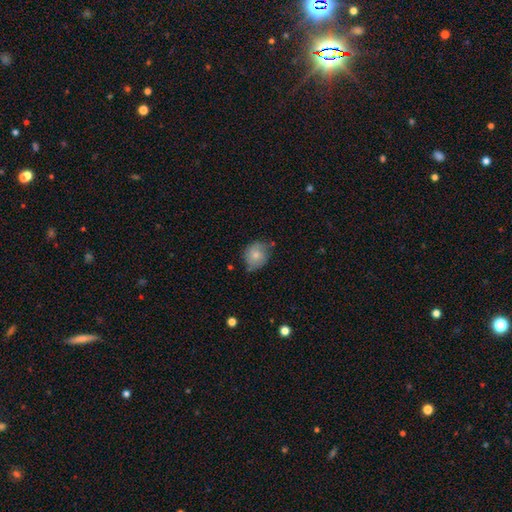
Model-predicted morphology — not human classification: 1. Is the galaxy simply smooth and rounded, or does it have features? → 73% smooth, 19% featured or disk, 8% star or artifact.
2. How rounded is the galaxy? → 70% round, 29% in between, 1% cigar-shaped.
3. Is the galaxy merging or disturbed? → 61% none, 29% minor disturbance, 6% major disturbance, 4% merger.